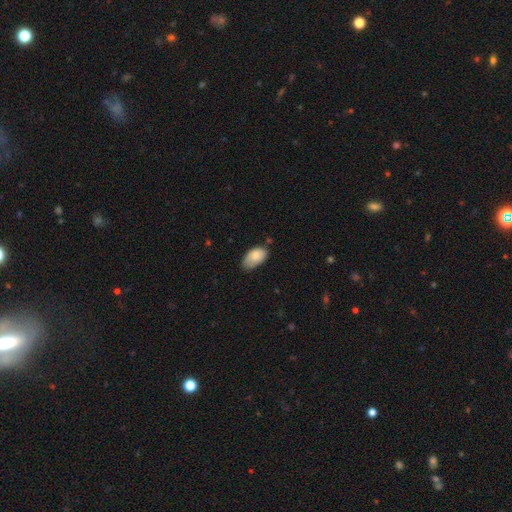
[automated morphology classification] smooth_or_featured: smooth (p=0.82) [alt: featured or disk p=0.12]
how_rounded: in between (p=0.94) [alt: round p=0.05]
merging: none (p=0.55) [alt: minor disturbance p=0.36]